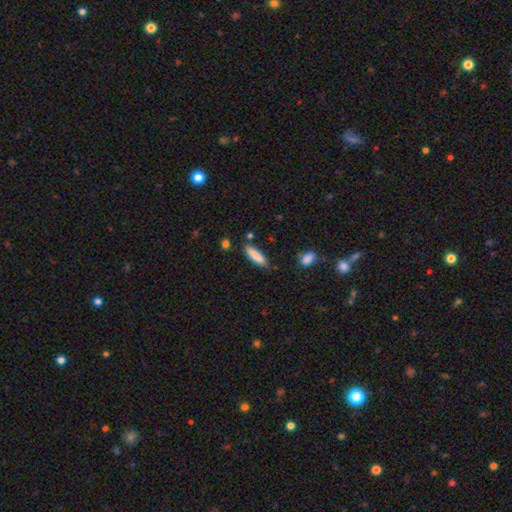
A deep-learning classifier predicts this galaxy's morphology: smooth_or_featured: smooth (p=0.85) [alt: featured or disk p=0.08]
how_rounded: cigar-shaped (p=0.68) [alt: in between p=0.30]
merging: none (p=0.76) [alt: minor disturbance p=0.17]